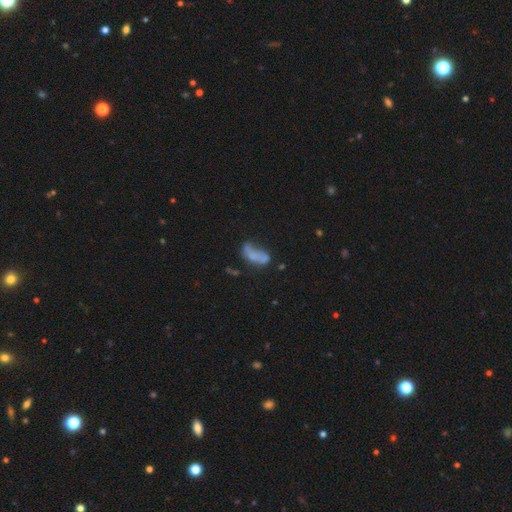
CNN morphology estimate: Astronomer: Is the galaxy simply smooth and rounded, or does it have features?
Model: smooth — 54% (runner-up: featured or disk, 33%).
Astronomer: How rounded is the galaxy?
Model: in between — 81%.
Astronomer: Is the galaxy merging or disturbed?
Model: major disturbance — 29% (runner-up: none, 26%).